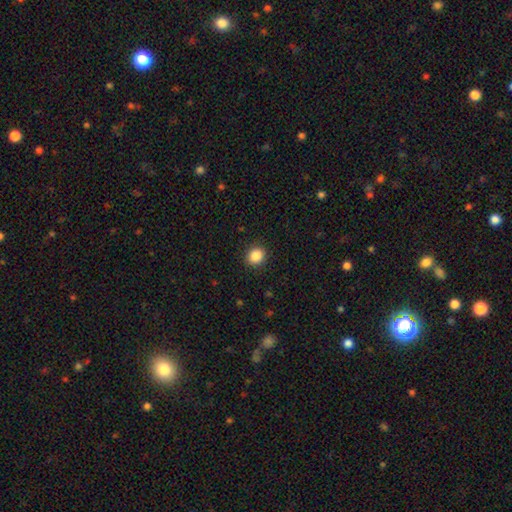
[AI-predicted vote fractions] This appears to be a smooth galaxy with no disk features (87%) that is round (79%). Merging: none (91%).